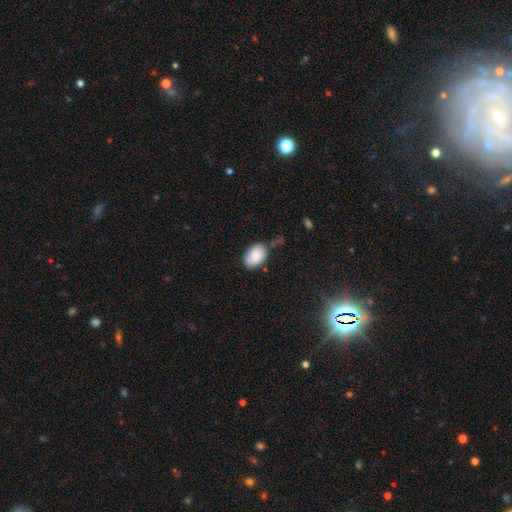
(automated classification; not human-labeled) Smooth or featured? smooth (80%)
How rounded? in between (84%)
Merging? none (66%)